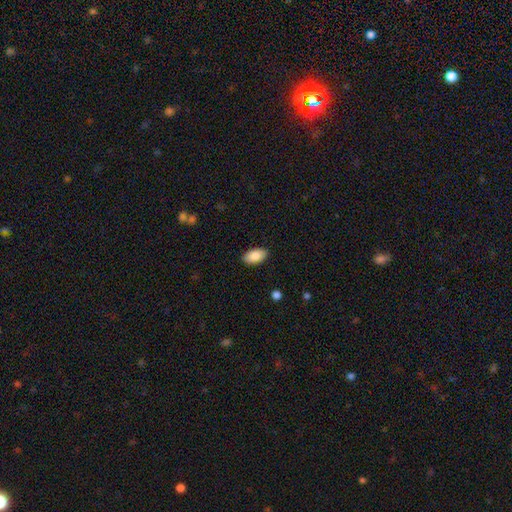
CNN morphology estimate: smooth 86%, featured or disk 7%, star or artifact 7%. Down the decision tree: how rounded — in between (95%); merging — none (89%).